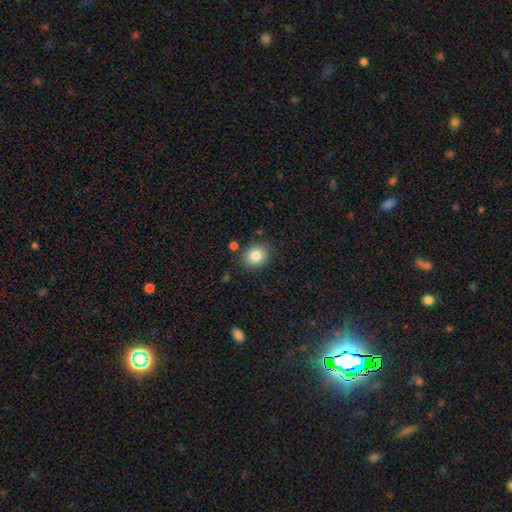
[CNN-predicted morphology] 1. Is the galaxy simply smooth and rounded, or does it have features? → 84% smooth, 10% star or artifact, 7% featured or disk.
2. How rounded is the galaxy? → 70% round, 29% in between, 1% cigar-shaped.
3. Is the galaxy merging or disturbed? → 84% none, 10% minor disturbance, 3% merger, 3% major disturbance.